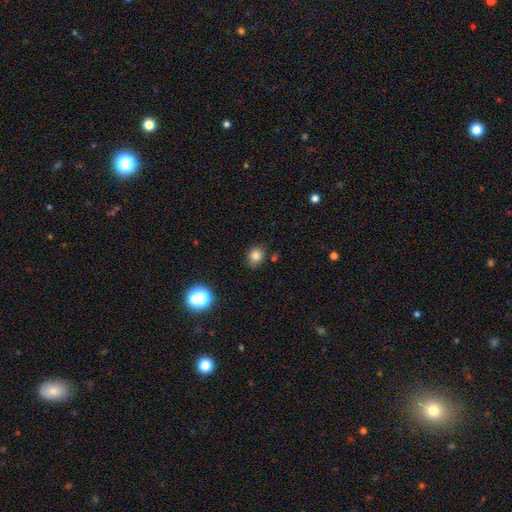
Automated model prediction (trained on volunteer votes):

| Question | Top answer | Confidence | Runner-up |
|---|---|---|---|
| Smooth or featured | smooth | 81% | star or artifact (13%) |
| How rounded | round | 69% | in between (30%) |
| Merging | none | 80% | minor disturbance (14%) |